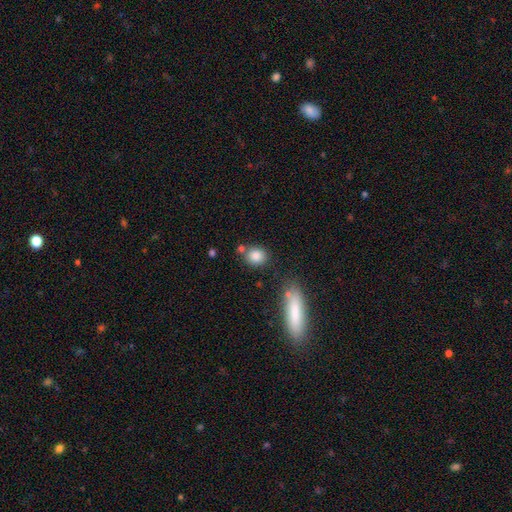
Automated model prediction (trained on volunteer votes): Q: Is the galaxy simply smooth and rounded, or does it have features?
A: smooth — 84%.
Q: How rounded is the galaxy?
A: round — 69%.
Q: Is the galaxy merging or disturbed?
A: none — 70%.